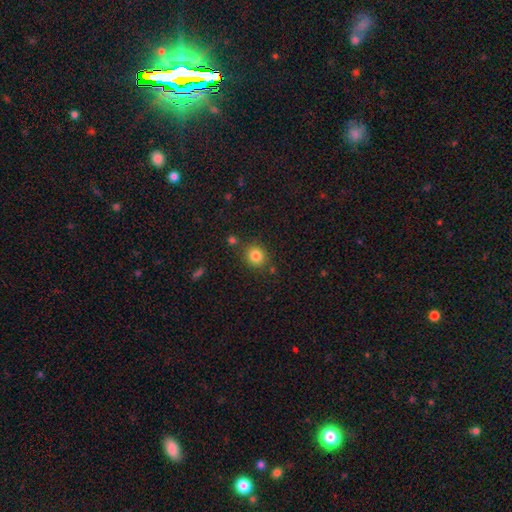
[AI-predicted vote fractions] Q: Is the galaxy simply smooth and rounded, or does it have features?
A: smooth — 83%.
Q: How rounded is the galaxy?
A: round — 85%.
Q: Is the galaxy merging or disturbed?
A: none — 83%.